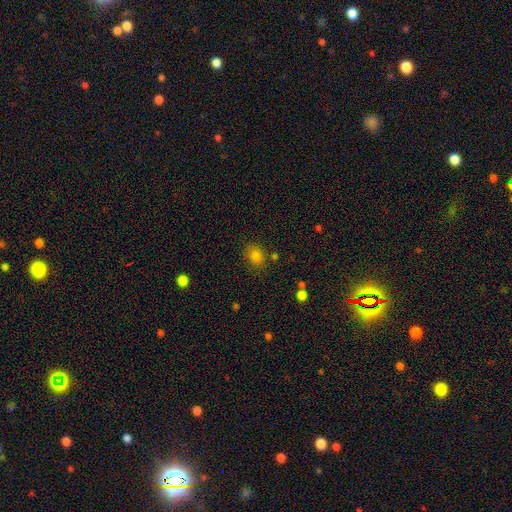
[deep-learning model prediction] This is clearly a smooth galaxy (81%). How rounded: possibly round (51%). Merging: likely none (79%).